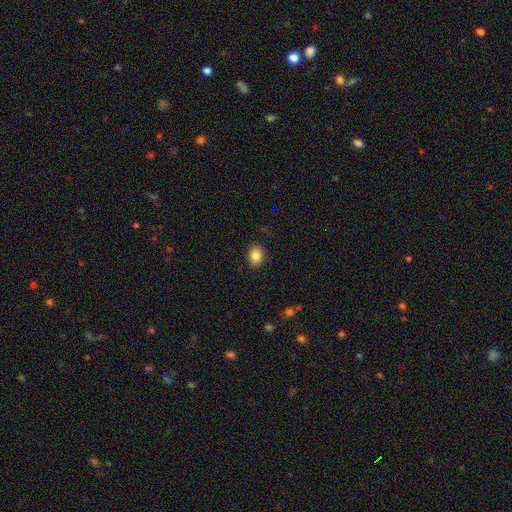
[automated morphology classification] The model was most divided on "how rounded": in between: 60%, round: 39%, cigar-shaped: 1%. More confident: merging — none (88%); smooth or featured — smooth (85%).